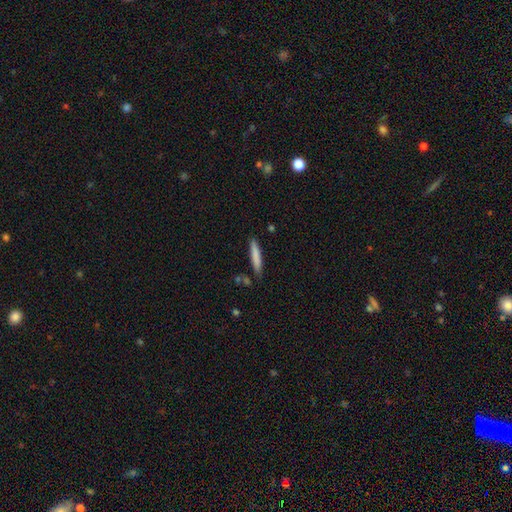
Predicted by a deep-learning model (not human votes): Smooth or featured?
  - smooth: 79% *
  - featured or disk: 15%
  - star or artifact: 6%
How rounded?
  - cigar-shaped: 92% *
  - in between: 6%
  - round: 1%
Merging?
  - none: 85% *
  - minor disturbance: 10%
  - merger: 3%
  - major disturbance: 2%